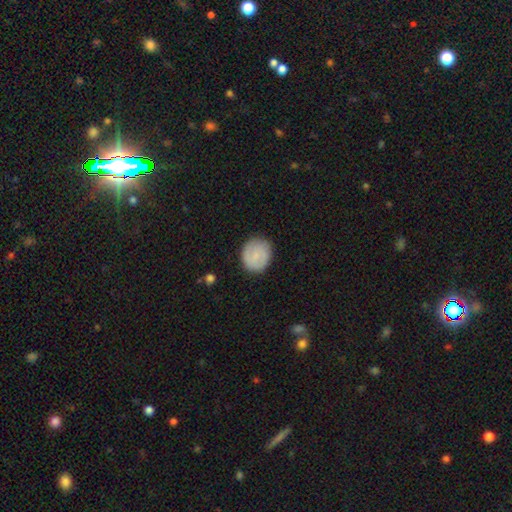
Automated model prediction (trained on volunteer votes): Smooth or featured? smooth (70%)
How rounded? round (84%)
Merging? none (85%)